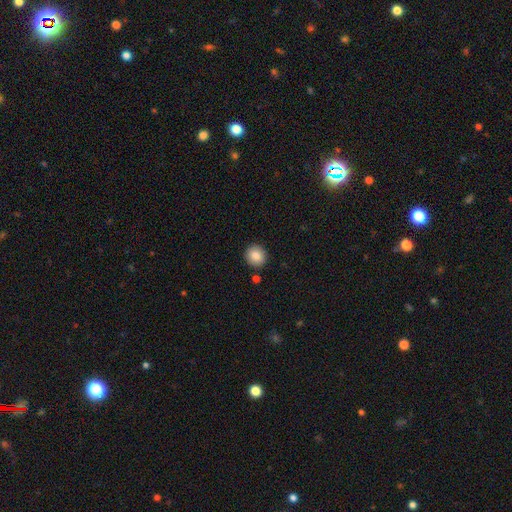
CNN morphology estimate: Smooth or featured? Predicted: smooth (p=0.86). How rounded? Predicted: round (p=0.86). Merging? Predicted: none (p=0.88).